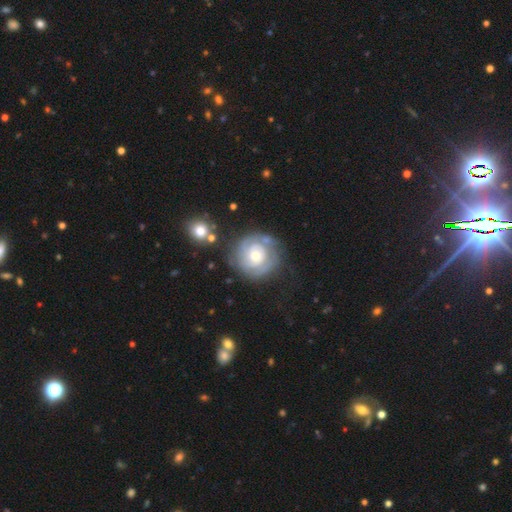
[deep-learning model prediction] Smooth or featured?
  - featured or disk: 77% *
  - smooth: 17%
  - star or artifact: 6%
Edge-on disk?
  - no: 98% *
  - yes: 2%
Bar?
  - no: 76% *
  - weak: 20%
  - strong: 5%
Spiral arms?
  - yes: 87% *
  - no: 13%
Spiral winding?
  - tight: 75% *
  - medium: 19%
  - loose: 6%
Spiral arm count?
  - 2: 41% *
  - can't tell: 33%
  - 3: 12%
  - 1: 7%
  - 4: 4%
  - more than 4: 4%
Bulge size?
  - moderate: 59% *
  - small: 33%
  - large: 5%
  - none: 1%
  - dominant: 1%
Merging?
  - none: 71% *
  - minor disturbance: 17%
  - major disturbance: 8%
  - merger: 5%